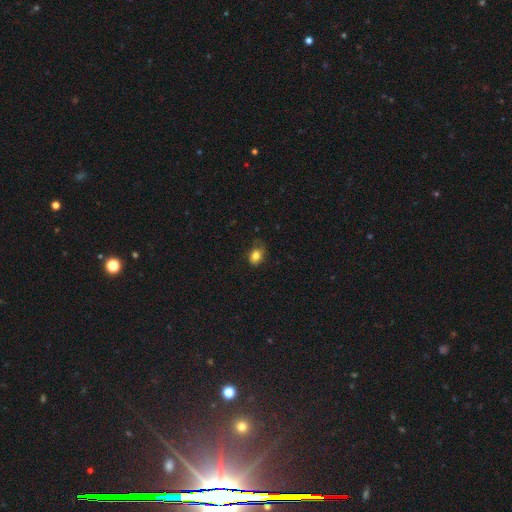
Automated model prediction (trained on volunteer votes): smooth_or_featured: smooth (p=0.81) [alt: star or artifact p=0.10]
how_rounded: in between (p=0.70) [alt: round p=0.29]
merging: none (p=0.61) [alt: minor disturbance p=0.29]